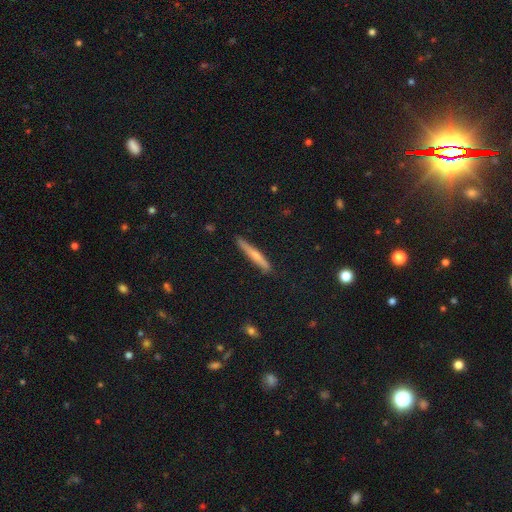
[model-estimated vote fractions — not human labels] Smooth or featured? Predicted: smooth (p=0.55). How rounded? Predicted: cigar-shaped (p=0.94). Merging? Predicted: none (p=0.87).